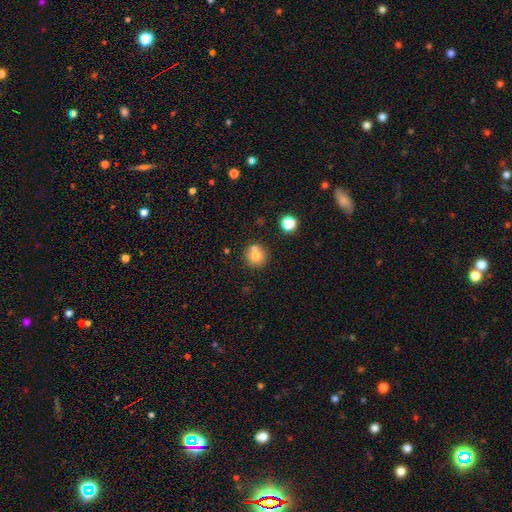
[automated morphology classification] smooth 73%, featured or disk 15%, star or artifact 13%. Down the decision tree: how rounded — round (93%); merging — none (63%).